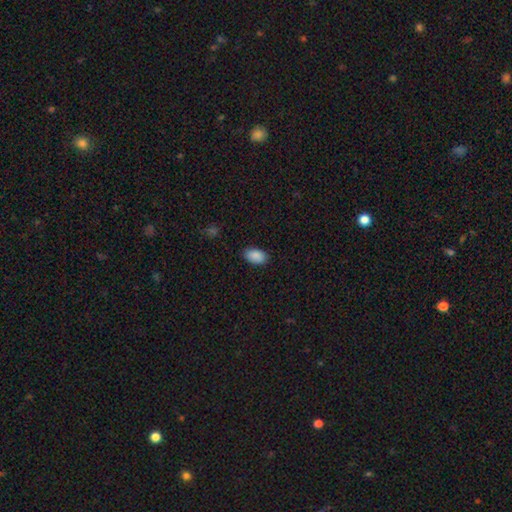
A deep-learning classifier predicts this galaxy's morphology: Q: Smooth or featured?
A: smooth (90%); runner-up: star or artifact (7%)
Q: How rounded?
A: in between (94%); runner-up: round (5%)
Q: Merging?
A: none (87%); runner-up: minor disturbance (10%)